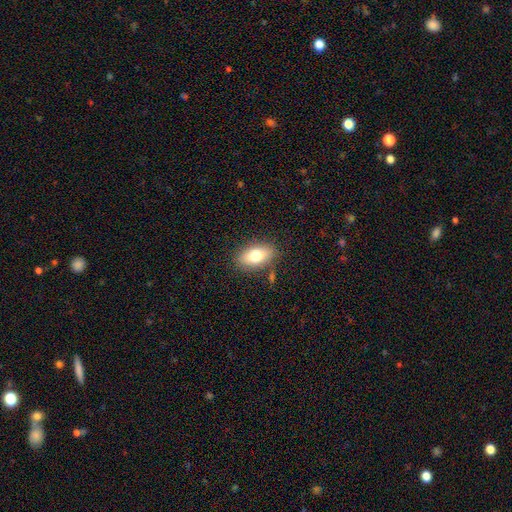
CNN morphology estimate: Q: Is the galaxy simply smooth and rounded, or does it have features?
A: smooth — 76%.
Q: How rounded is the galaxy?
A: in between — 88%.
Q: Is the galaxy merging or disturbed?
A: none — 80%.